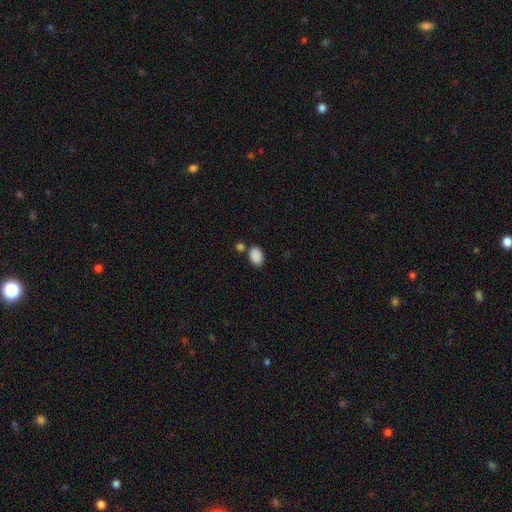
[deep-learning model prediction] Overall: smooth (89%). How rounded: in between (83%). Merging: none (71%).